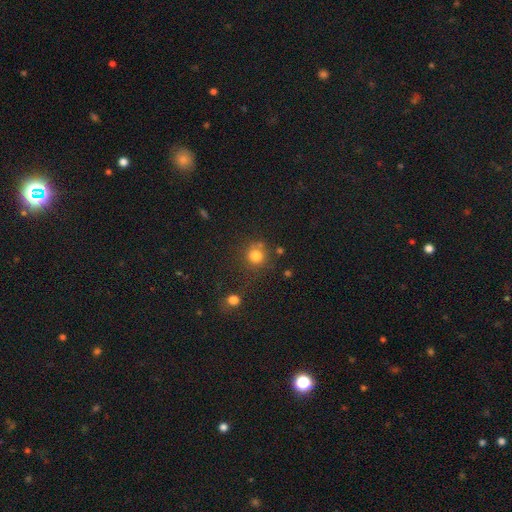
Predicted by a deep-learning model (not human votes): A smooth galaxy with no disk features (79%) that is round (90%).

Vote fractions:
- Smooth or featured? smooth: 79% / star or artifact: 14% / featured or disk: 7%
- How rounded? round: 90% / in between: 9% / cigar-shaped: 1%
- Merging? none: 70% / merger: 13% / minor disturbance: 12% / major disturbance: 6%